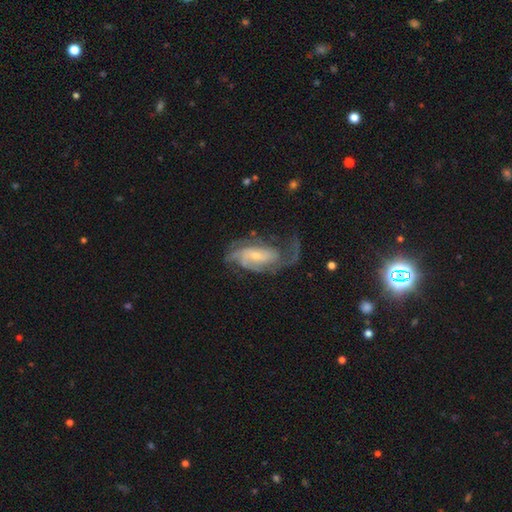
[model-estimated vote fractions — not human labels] Q: Smooth or featured?
A: featured or disk (85%); runner-up: smooth (10%)
Q: Edge-on disk?
A: no (96%); runner-up: yes (4%)
Q: Bar?
A: no (48%); runner-up: weak (39%)
Q: Spiral arms?
A: yes (95%); runner-up: no (5%)
Q: Spiral winding?
A: medium (43%); runner-up: tight (34%)
Q: Spiral arm count?
A: 2 (34%); runner-up: can't tell (24%)
Q: Bulge size?
A: small (62%); runner-up: moderate (31%)
Q: Merging?
A: none (50%); runner-up: major disturbance (28%)